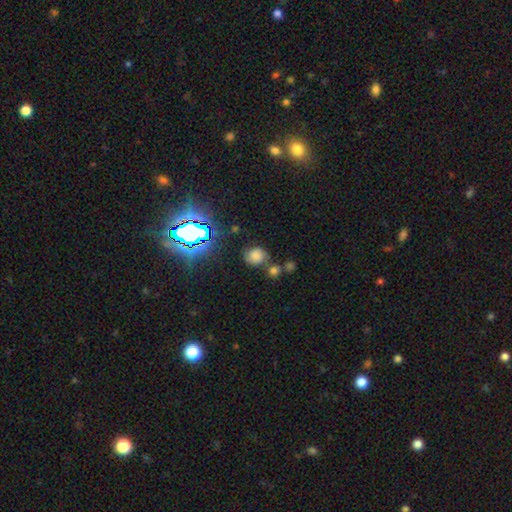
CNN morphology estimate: smooth_or_featured: smooth (p=0.58) [alt: star or artifact p=0.22]
how_rounded: round (p=0.76) [alt: in between p=0.23]
merging: none (p=0.59) [alt: minor disturbance p=0.17]